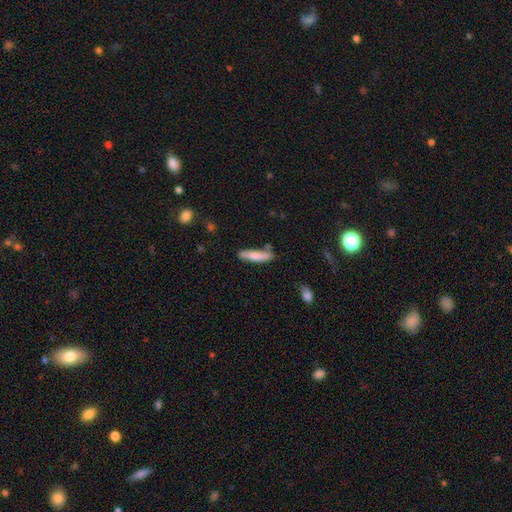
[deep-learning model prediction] A smooth galaxy with no disk features (75%) that is cigar-shaped (82%).

Vote fractions:
- Smooth or featured? smooth: 75% / featured or disk: 19% / star or artifact: 6%
- How rounded? cigar-shaped: 82% / in between: 17% / round: 1%
- Merging? none: 70% / minor disturbance: 19% / merger: 7% / major disturbance: 4%